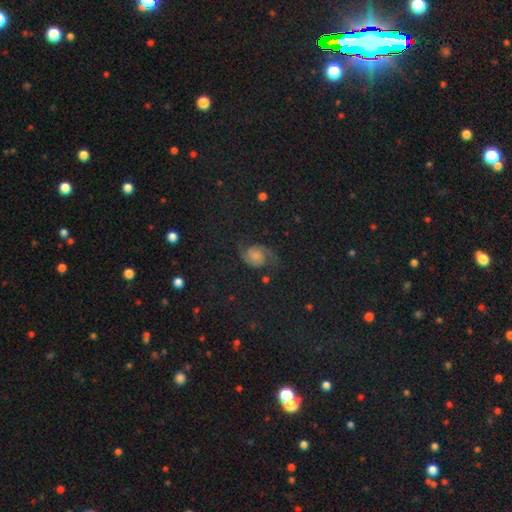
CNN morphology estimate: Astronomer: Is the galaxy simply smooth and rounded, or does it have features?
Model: featured or disk — 62%.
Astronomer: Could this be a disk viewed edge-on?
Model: no — 97%.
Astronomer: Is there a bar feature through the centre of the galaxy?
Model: no — 70%.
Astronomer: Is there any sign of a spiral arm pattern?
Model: yes — 94%.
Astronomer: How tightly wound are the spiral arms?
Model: medium — 50% (runner-up: loose, 31%).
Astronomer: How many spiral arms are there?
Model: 2 — 93%.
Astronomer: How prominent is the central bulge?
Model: moderate — 32% (runner-up: small, 25%).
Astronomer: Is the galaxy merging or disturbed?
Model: none — 71%.